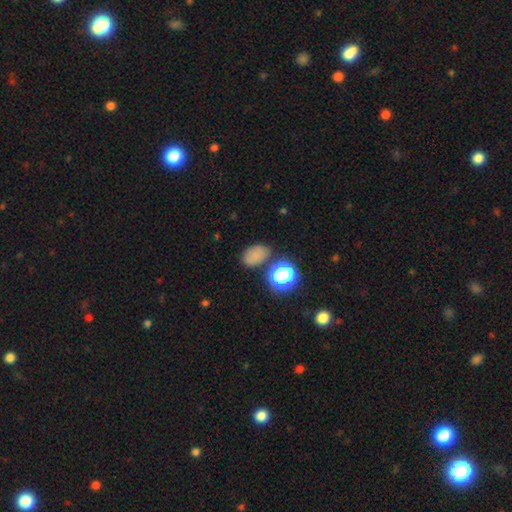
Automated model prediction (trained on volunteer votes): smooth-or-featured: smooth: 73% | star or artifact: 18% | featured or disk: 9%
  how-rounded: in between: 76% | round: 23% | cigar-shaped: 1%
  merging: none: 71% | minor disturbance: 16% | merger: 8% | major disturbance: 5%